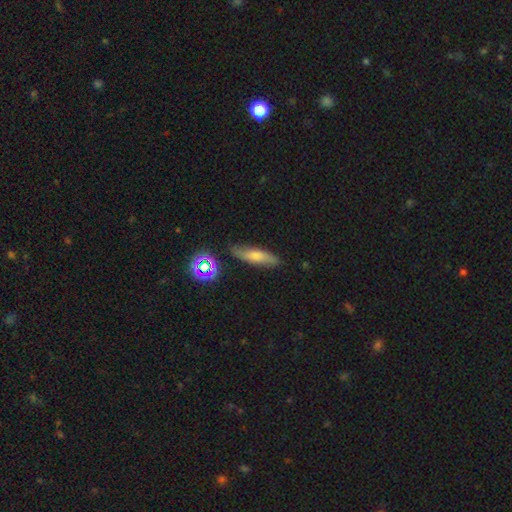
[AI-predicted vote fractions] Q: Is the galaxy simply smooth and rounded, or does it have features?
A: smooth — 58%.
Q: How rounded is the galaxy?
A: cigar-shaped — 61%.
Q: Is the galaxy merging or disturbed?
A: none — 81%.